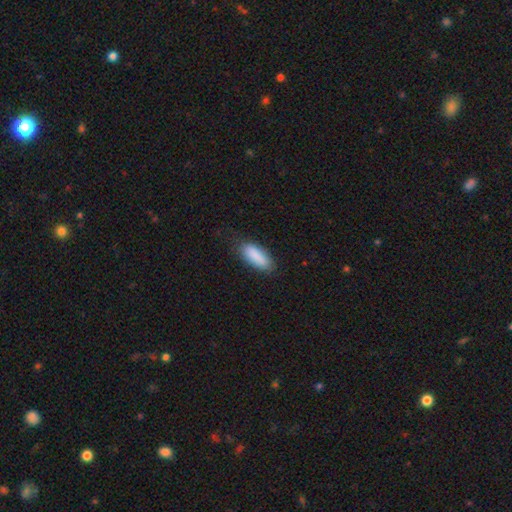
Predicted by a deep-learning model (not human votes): Q: Smooth or featured?
A: smooth (89%); runner-up: star or artifact (6%)
Q: How rounded?
A: in between (70%); runner-up: cigar-shaped (28%)
Q: Merging?
A: none (80%); runner-up: minor disturbance (16%)